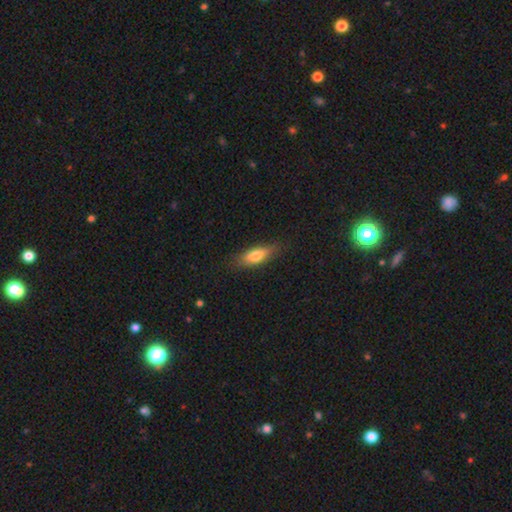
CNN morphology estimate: Q: Smooth or featured?
A: smooth (71%); runner-up: featured or disk (22%)
Q: How rounded?
A: in between (59%); runner-up: cigar-shaped (38%)
Q: Merging?
A: none (80%); runner-up: minor disturbance (15%)